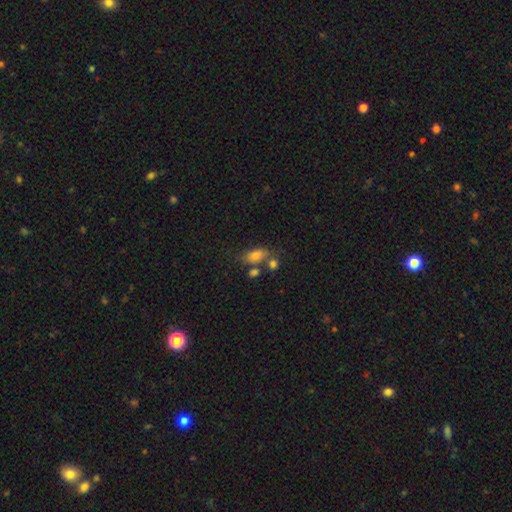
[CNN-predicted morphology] This is likely a smooth galaxy (75%). How rounded: clearly in between (83%). Merging: possibly none (54%).